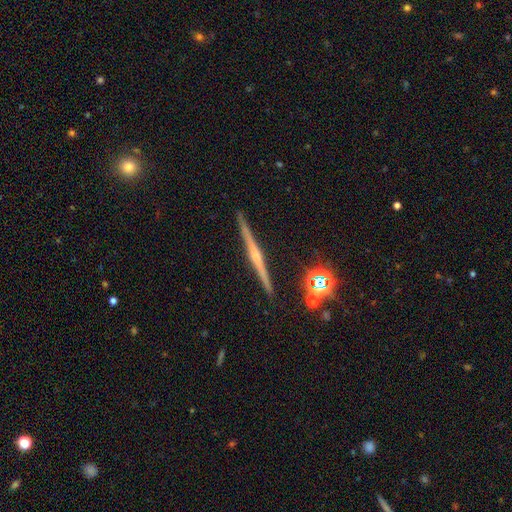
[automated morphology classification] Smooth or featured? Predicted: featured or disk (p=0.81). Edge-on disk? Predicted: yes (p=0.99). Edge-on bulge? Predicted: rounded (p=0.68). Merging? Predicted: none (p=0.92).